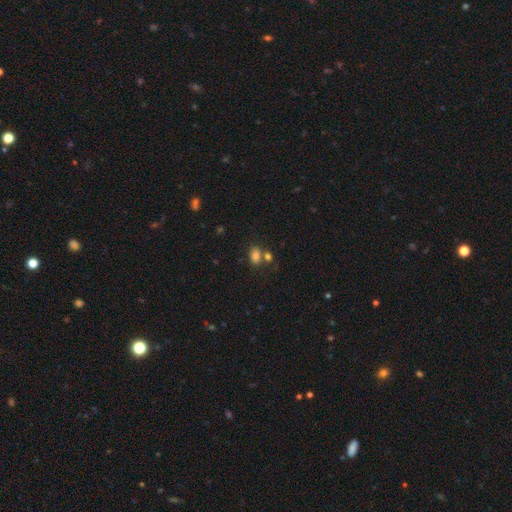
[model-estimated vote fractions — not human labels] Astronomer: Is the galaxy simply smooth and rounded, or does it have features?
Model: smooth — 81%.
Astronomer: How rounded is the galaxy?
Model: in between — 83%.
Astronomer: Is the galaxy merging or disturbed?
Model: none — 51% (runner-up: merger, 31%).